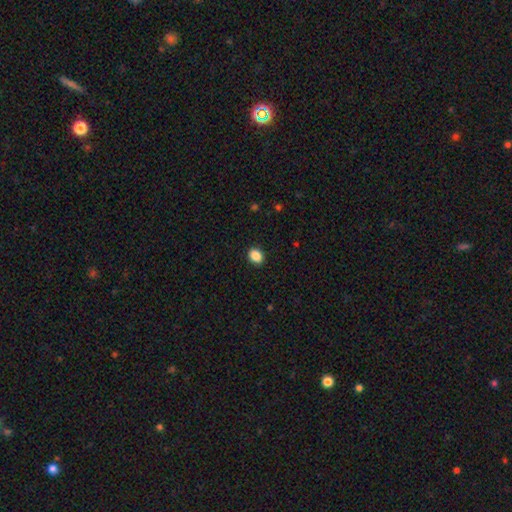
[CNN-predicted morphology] Smooth or featured? Predicted: smooth (p=0.88). How rounded? Predicted: in between (p=0.56). Merging? Predicted: none (p=0.91).